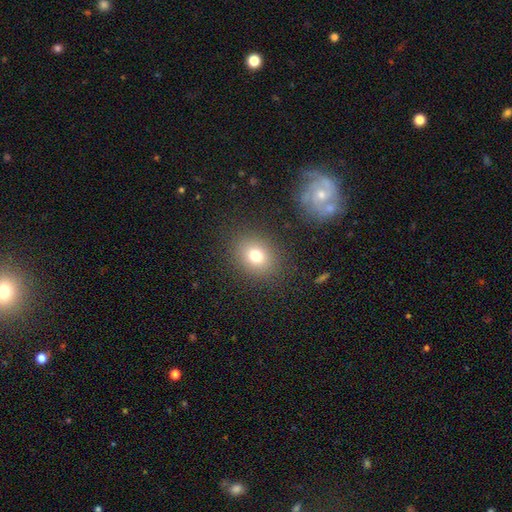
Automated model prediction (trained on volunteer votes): Morphology: type=smooth (76%); roundness=round (58%); merging=none (87%).